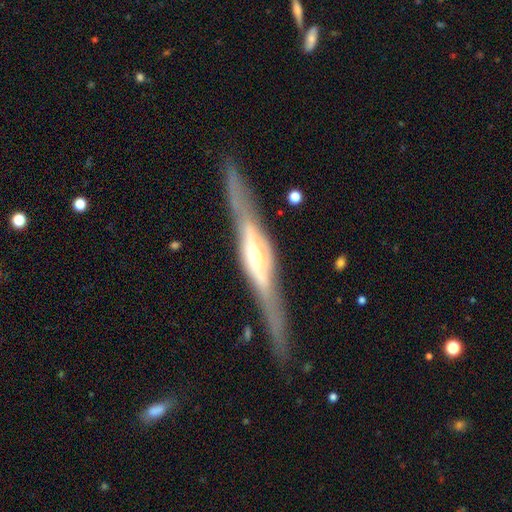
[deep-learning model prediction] A featured or disk galaxy (84%) viewed edge-on (95%) with a rounded central bulge (75%). Merging: none (83%).